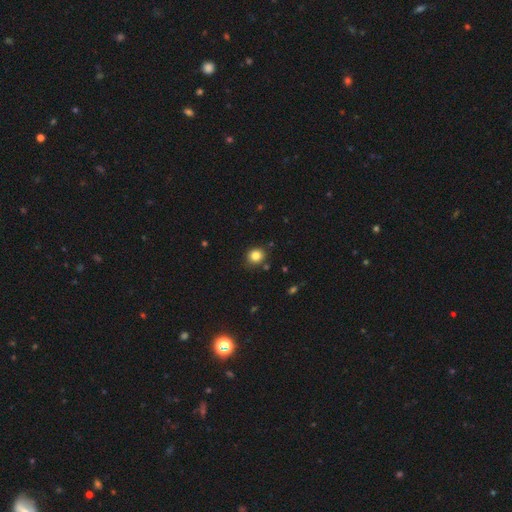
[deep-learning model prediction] Morphology: type=smooth (83%); roundness=round (83%); merging=none (86%).